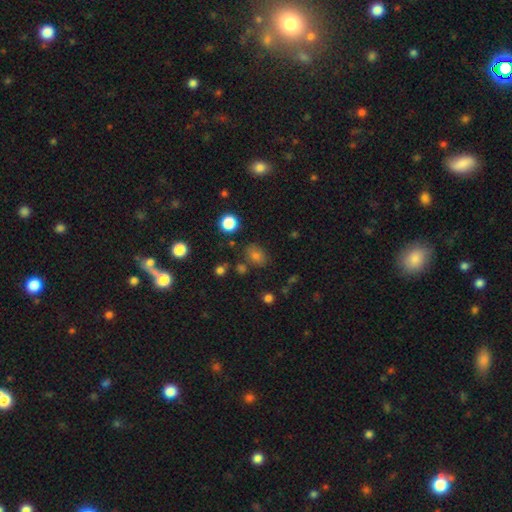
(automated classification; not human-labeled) A smooth galaxy with no disk features (73%) that is in between round and cigar-shaped (66%).

Vote fractions:
- Smooth or featured? smooth: 73% / star or artifact: 17% / featured or disk: 10%
- How rounded? in between: 66% / round: 32% / cigar-shaped: 1%
- Merging? none: 76% / minor disturbance: 14% / merger: 6% / major disturbance: 4%